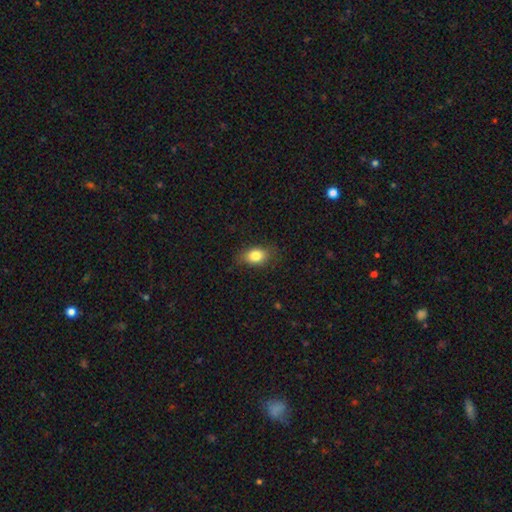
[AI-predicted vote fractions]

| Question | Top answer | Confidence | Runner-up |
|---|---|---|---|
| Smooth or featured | smooth | 81% | featured or disk (10%) |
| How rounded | in between | 75% | round (23%) |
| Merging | none | 78% | minor disturbance (17%) |